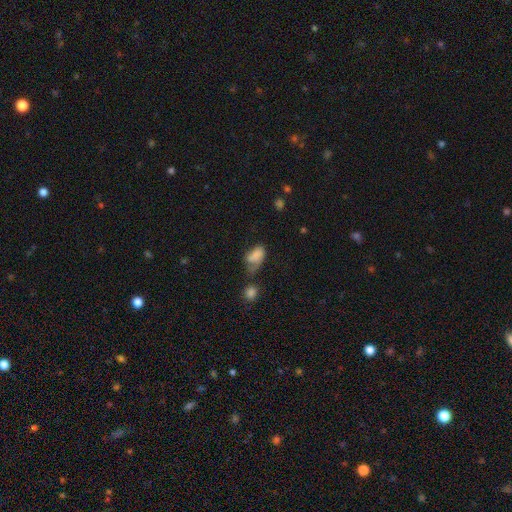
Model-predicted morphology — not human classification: Overall: smooth (71%). How rounded: in between (90%). Merging: major disturbance (28%; minor disturbance 26%).